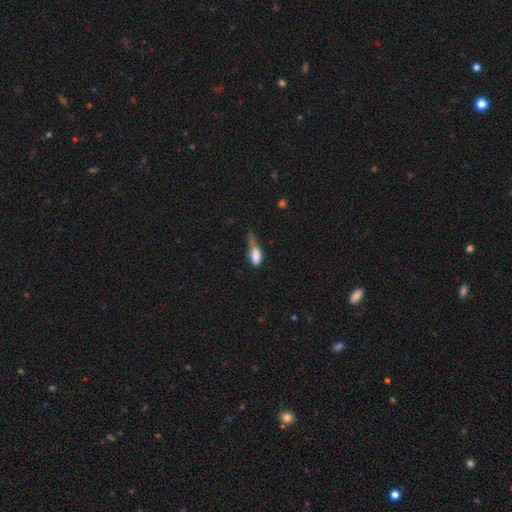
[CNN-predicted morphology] smooth 75%, featured or disk 17%, star or artifact 9%. Down the decision tree: how rounded — in between (69%); merging — major disturbance (39%).